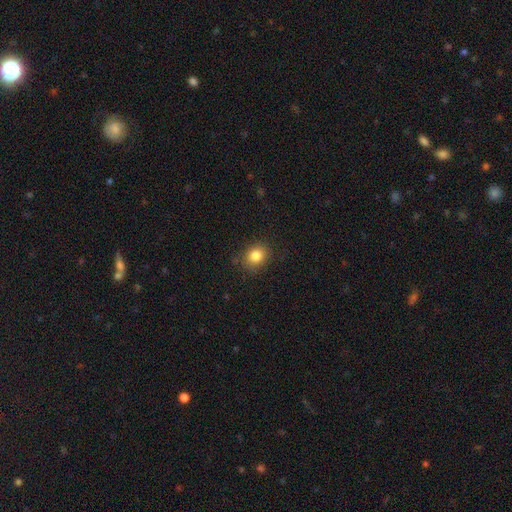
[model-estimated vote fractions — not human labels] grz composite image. It shows a smooth galaxy with no disk features (83%) that is round (63%). Merging: none (83%).